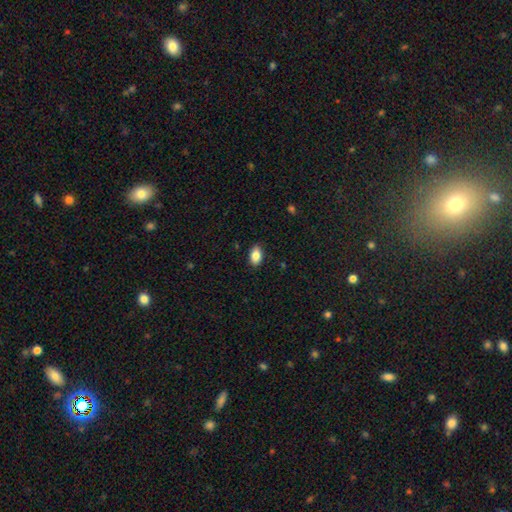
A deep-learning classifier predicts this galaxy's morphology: smooth 86%, star or artifact 8%, featured or disk 7%. Down the decision tree: how rounded — in between (91%); merging — none (88%).